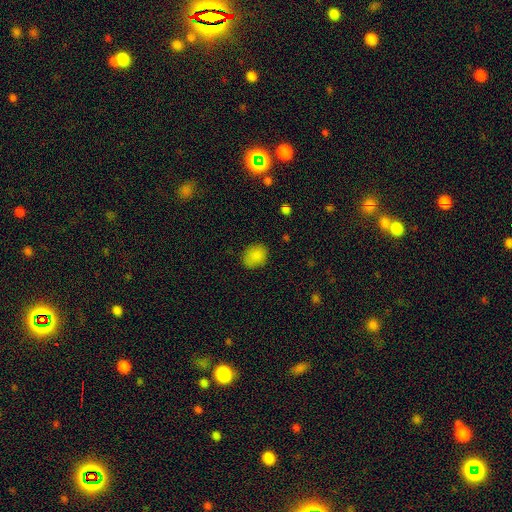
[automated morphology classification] A smooth galaxy with no disk features (85%) that is round (50%).

Vote fractions:
- Smooth or featured? smooth: 85% / star or artifact: 10% / featured or disk: 5%
- How rounded? round: 50% / in between: 49% / cigar-shaped: 1%
- Merging? none: 81% / minor disturbance: 15% / major disturbance: 3% / merger: 1%